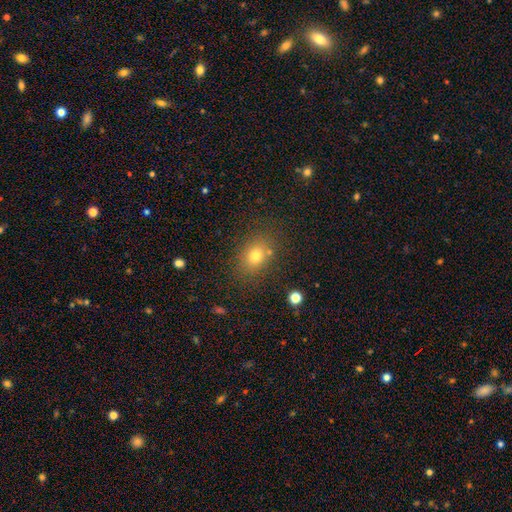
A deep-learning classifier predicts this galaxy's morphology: Smooth or featured? smooth (74%)
How rounded? in between (58%)
Merging? none (79%)